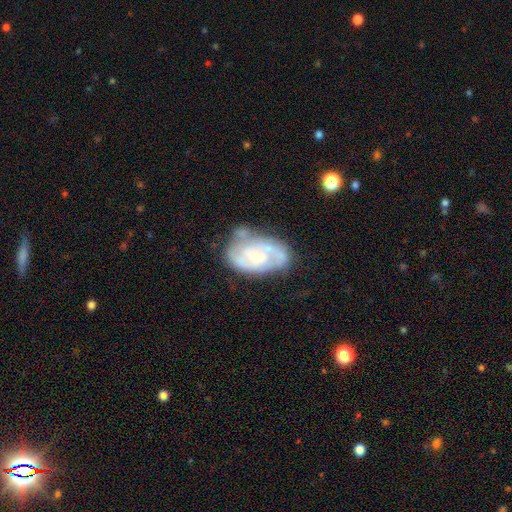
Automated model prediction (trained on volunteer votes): featured or disk 77%, smooth 17%, star or artifact 7%. Down the decision tree: edge-on disk — no (97%); bar — no (55%); spiral arms — yes (90%); spiral arm count — 2 (56%); spiral winding — tight (46%); bulge size — small (54%); merging — none (59%).